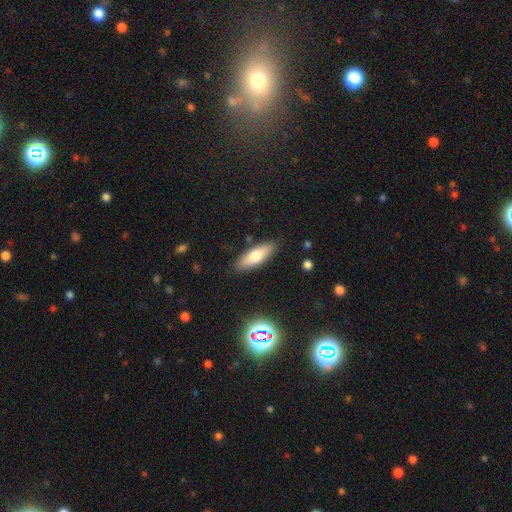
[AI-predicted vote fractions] Smooth or featured?
  - smooth: 70% *
  - featured or disk: 23%
  - star or artifact: 7%
How rounded?
  - in between: 56% *
  - cigar-shaped: 42%
  - round: 2%
Merging?
  - none: 86% *
  - minor disturbance: 10%
  - major disturbance: 2%
  - merger: 2%